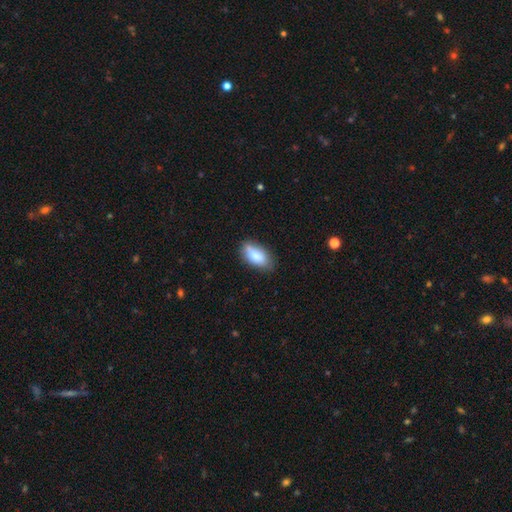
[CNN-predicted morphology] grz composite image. It shows a smooth galaxy with no disk features (83%) that is in between round and cigar-shaped (89%). Merging: none (73%).